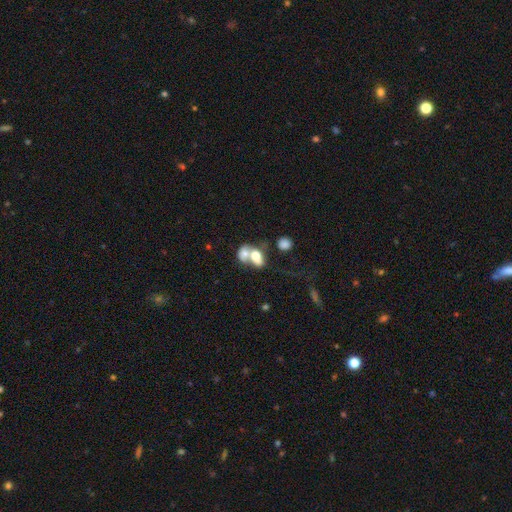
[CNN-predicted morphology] Smooth or featured? Predicted: smooth (p=0.66). How rounded? Predicted: in between (p=0.70). Merging? Predicted: merger (p=0.77).